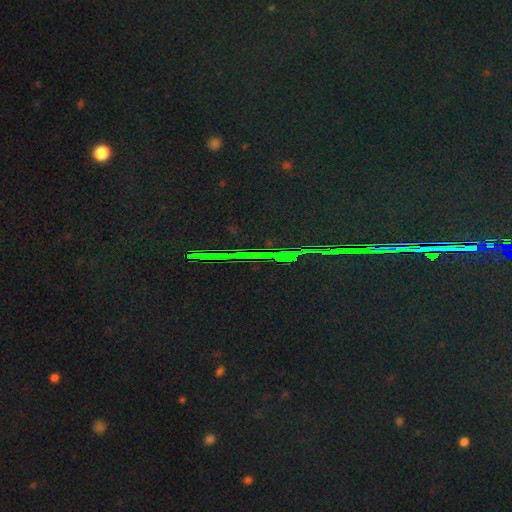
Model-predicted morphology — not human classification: star or artifact 87%, featured or disk 7%, smooth 6%.